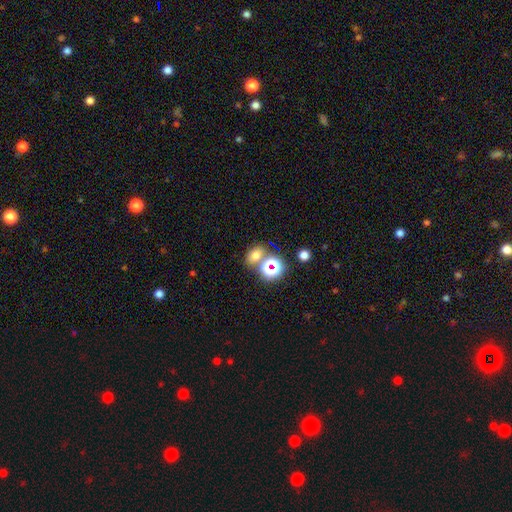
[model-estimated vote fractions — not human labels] Morphology: type=smooth (65%); roundness=in between (60%); merging=none (61%).